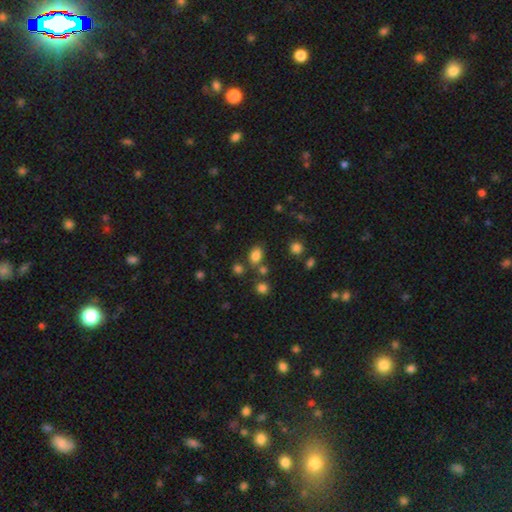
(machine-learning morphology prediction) Q: Smooth or featured?
A: smooth (81%); runner-up: star or artifact (14%)
Q: How rounded?
A: in between (76%); runner-up: round (23%)
Q: Merging?
A: none (70%); runner-up: minor disturbance (14%)